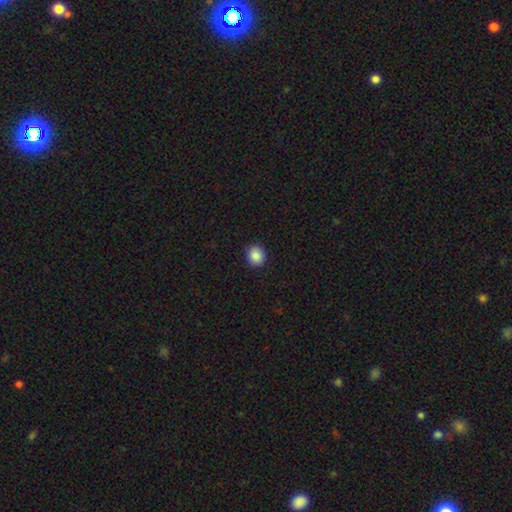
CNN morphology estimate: smooth_or_featured: smooth (p=0.88) [alt: star or artifact p=0.09]
how_rounded: round (p=0.77) [alt: in between p=0.22]
merging: none (p=0.92) [alt: minor disturbance p=0.06]